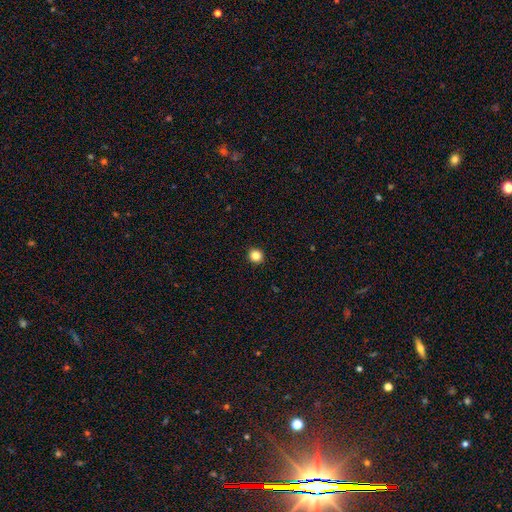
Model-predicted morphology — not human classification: A smooth galaxy with no disk features (84%) that is round (94%). Merging: none (94%).